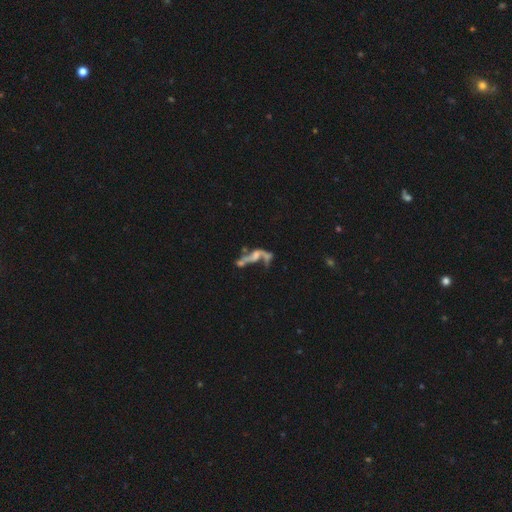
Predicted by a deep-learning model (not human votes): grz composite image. It shows a featured or disk galaxy (66%) with no bar (68%), no spiral arms (50%, tied with yes) and no central bulge (50%). Merging: merger (42%).